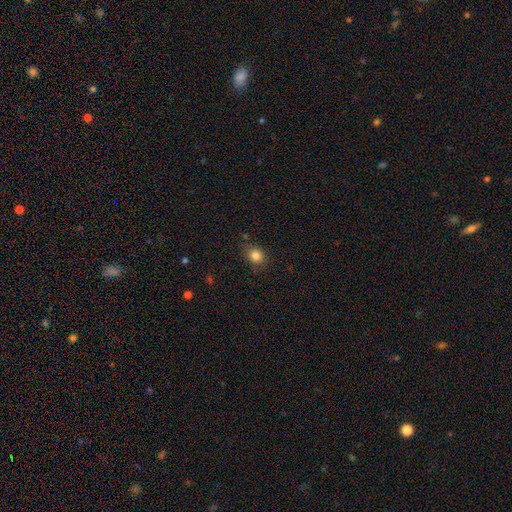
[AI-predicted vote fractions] The model was most divided on "how rounded": round: 68%, in between: 31%, cigar-shaped: 1%. More confident: smooth or featured — smooth (83%); merging — none (79%).